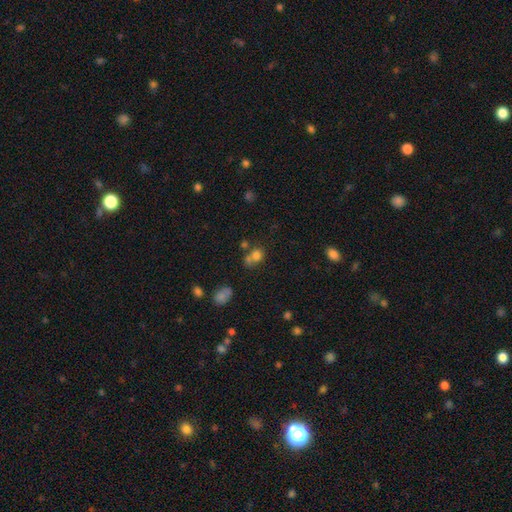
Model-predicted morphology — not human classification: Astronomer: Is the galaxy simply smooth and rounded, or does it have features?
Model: smooth — 77%.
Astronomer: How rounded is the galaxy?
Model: round — 70%.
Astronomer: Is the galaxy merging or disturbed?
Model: none — 41% (runner-up: merger, 38%).